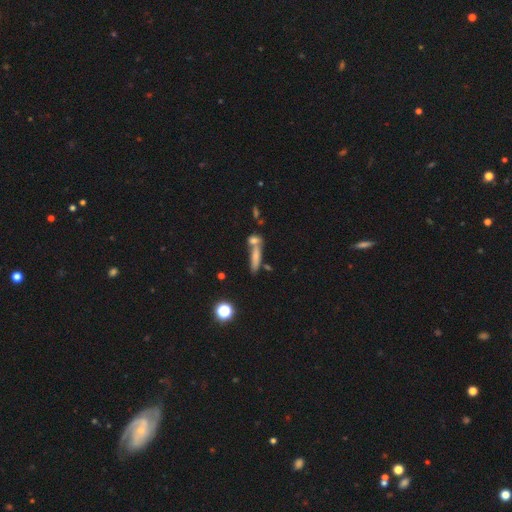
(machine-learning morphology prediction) Q: Smooth or featured?
A: smooth (65%); runner-up: featured or disk (23%)
Q: How rounded?
A: cigar-shaped (72%); runner-up: in between (23%)
Q: Merging?
A: none (50%); runner-up: merger (35%)